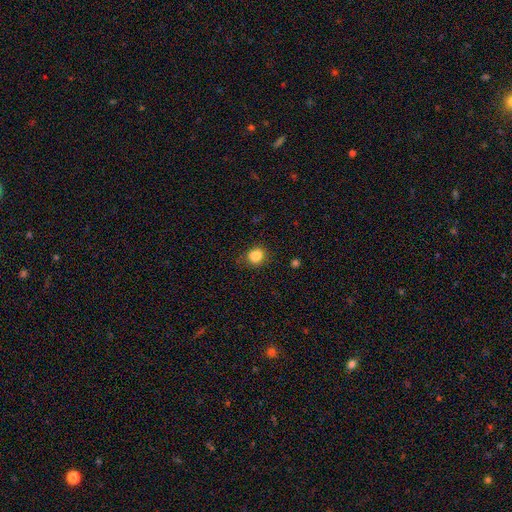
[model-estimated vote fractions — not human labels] This is clearly a smooth galaxy (84%). How rounded: likely round (69%). Merging: likely none (79%).